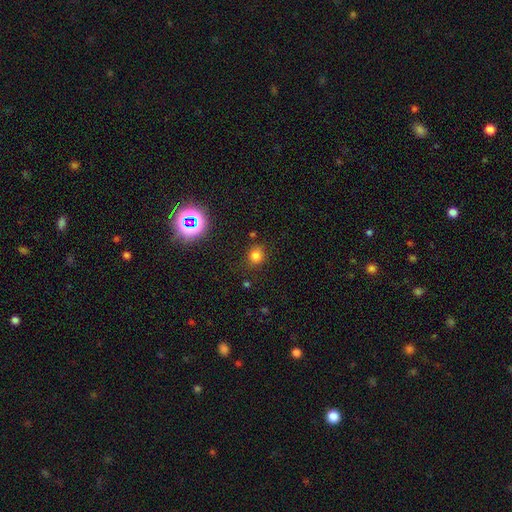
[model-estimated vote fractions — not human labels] Q: Smooth or featured?
A: smooth (75%); runner-up: star or artifact (19%)
Q: How rounded?
A: round (72%); runner-up: in between (27%)
Q: Merging?
A: none (80%); runner-up: minor disturbance (13%)